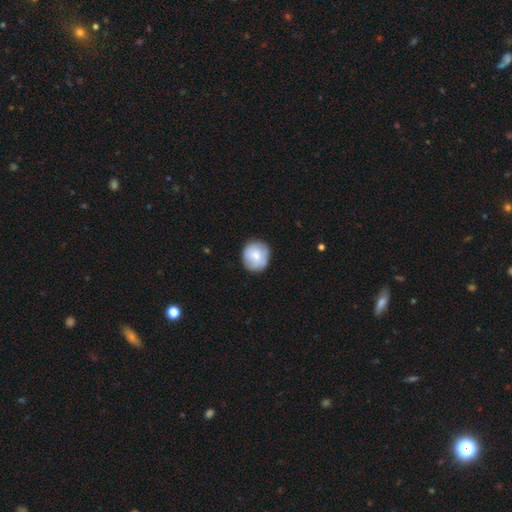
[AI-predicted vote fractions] This is likely a smooth galaxy (74%). How rounded: clearly round (89%). Merging: clearly none (82%).